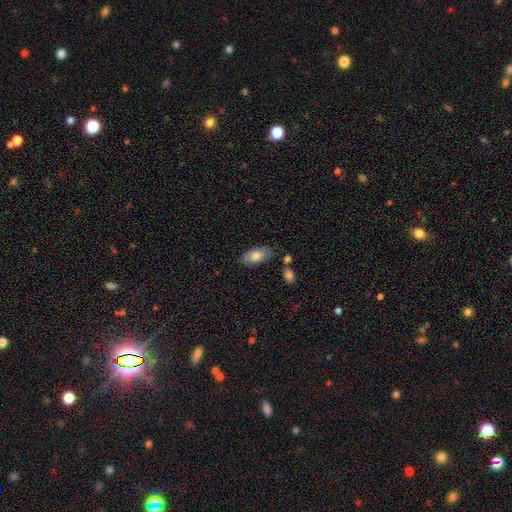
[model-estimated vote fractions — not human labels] smooth-or-featured: smooth: 79% | featured or disk: 14% | star or artifact: 6%
  how-rounded: in between: 92% | cigar-shaped: 5% | round: 3%
  merging: none: 77% | minor disturbance: 15% | merger: 5% | major disturbance: 3%